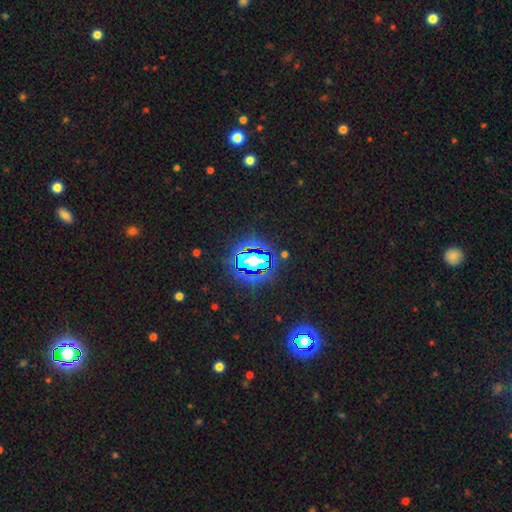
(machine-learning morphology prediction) Smooth or featured? Predicted: star or artifact (p=0.81).